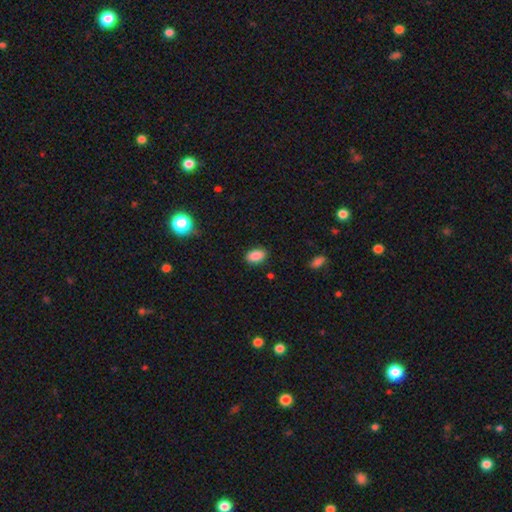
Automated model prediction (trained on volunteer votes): Overall: smooth (88%). How rounded: in between (90%). Merging: none (86%).